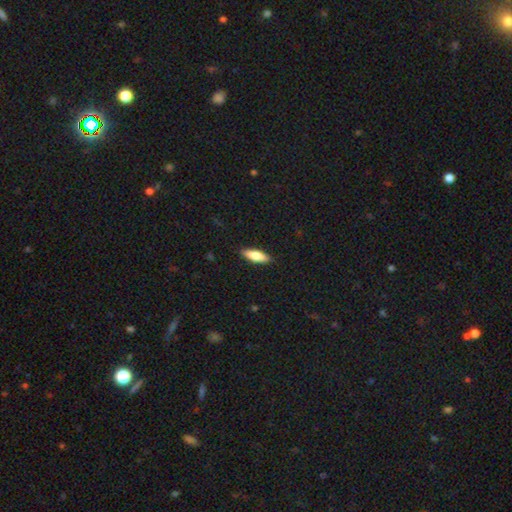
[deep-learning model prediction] A smooth galaxy with no disk features (75%) that is in between round and cigar-shaped (57%).

Vote fractions:
- Smooth or featured? smooth: 75% / featured or disk: 20% / star or artifact: 6%
- How rounded? in between: 57% / cigar-shaped: 40% / round: 2%
- Merging? none: 89% / minor disturbance: 9% / major disturbance: 2% / merger: 1%